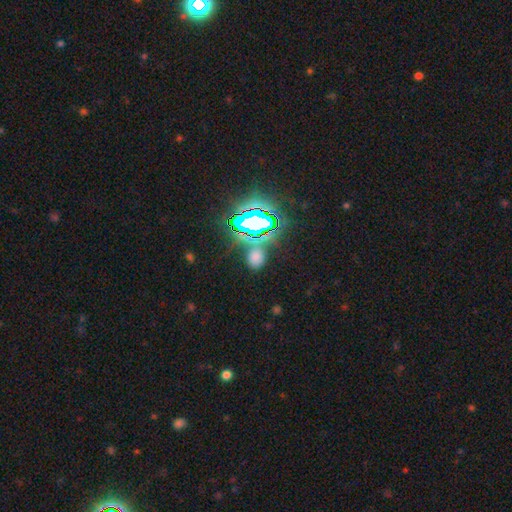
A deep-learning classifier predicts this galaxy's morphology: The model was most divided on "how rounded": in between: 52%, round: 46%, cigar-shaped: 2%. More confident: merging — none (72%); smooth or featured — smooth (51%).